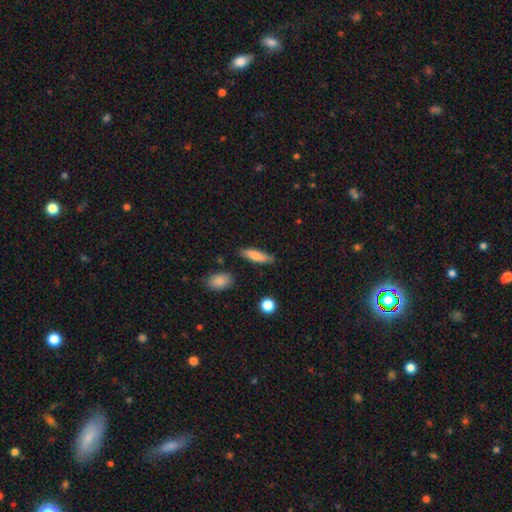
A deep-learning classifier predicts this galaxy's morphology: Smooth or featured? Predicted: smooth (p=0.77). How rounded? Predicted: cigar-shaped (p=0.65). Merging? Predicted: none (p=0.82).